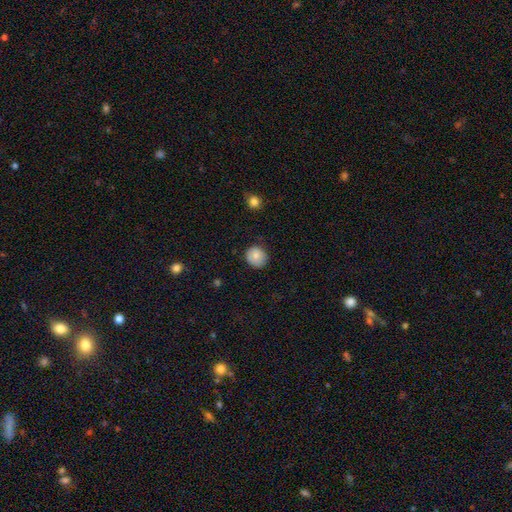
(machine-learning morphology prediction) type=smooth (80%); roundness=round (84%); merging=none (80%).